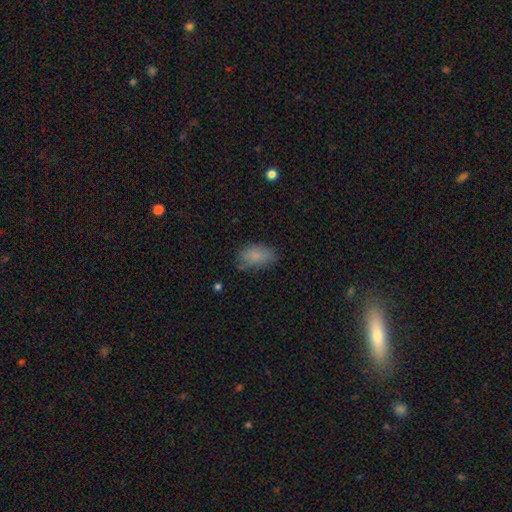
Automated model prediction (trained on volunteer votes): A smooth galaxy with no disk features (83%) that is in between round and cigar-shaped (89%).

Vote fractions:
- Smooth or featured? smooth: 83% / featured or disk: 9% / star or artifact: 9%
- How rounded? in between: 89% / round: 9% / cigar-shaped: 2%
- Merging? none: 67% / minor disturbance: 24% / major disturbance: 6% / merger: 2%